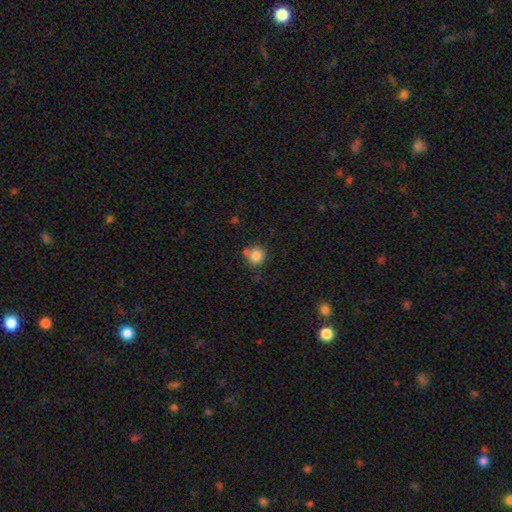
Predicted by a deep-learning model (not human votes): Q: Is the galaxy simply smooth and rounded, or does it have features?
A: smooth — 84%.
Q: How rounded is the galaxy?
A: round — 89%.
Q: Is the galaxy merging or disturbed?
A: none — 67%.